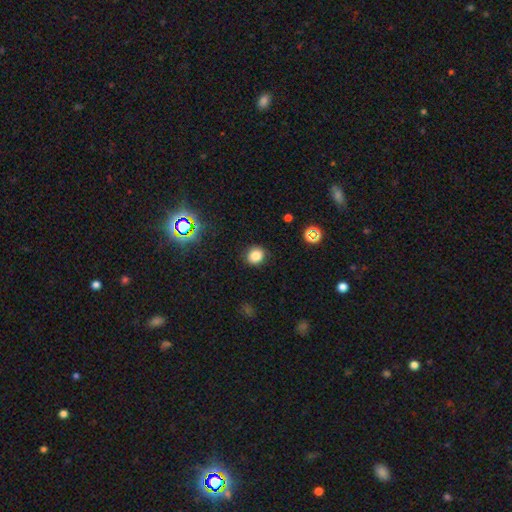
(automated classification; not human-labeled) Overall: smooth (81%). How rounded: round (81%). Merging: none (88%).